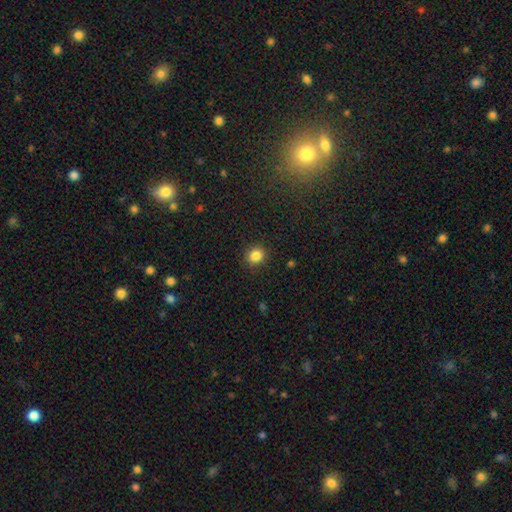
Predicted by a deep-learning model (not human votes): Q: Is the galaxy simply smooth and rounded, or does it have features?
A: smooth — 85%.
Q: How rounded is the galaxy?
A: round — 78%.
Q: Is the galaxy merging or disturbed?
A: none — 88%.